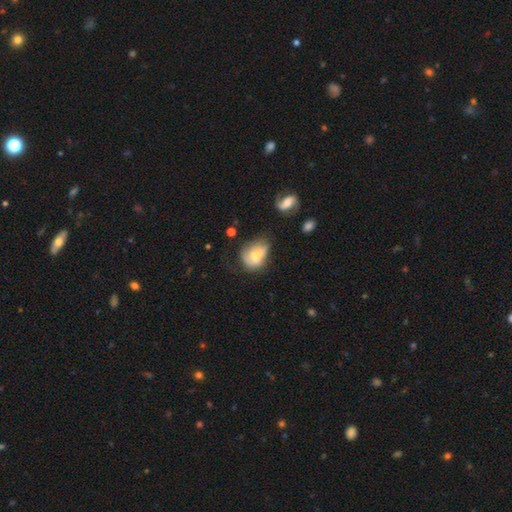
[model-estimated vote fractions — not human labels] This appears to be a smooth galaxy with no disk features (57%) that is in between round and cigar-shaped (65%). Merging: none (34%, tied with minor disturbance).